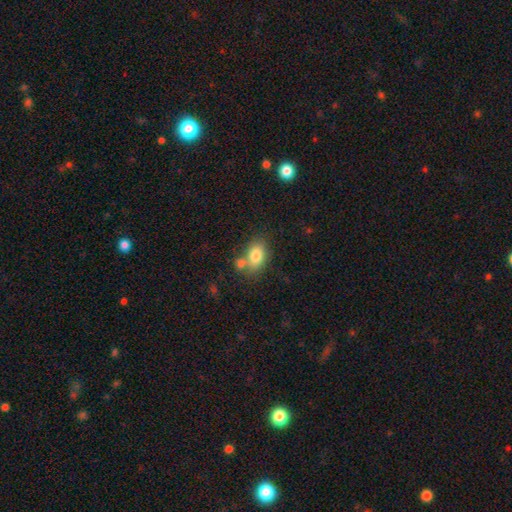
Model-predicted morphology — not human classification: A smooth galaxy with no disk features (80%) that is in between round and cigar-shaped (81%). Merging: none (54%).